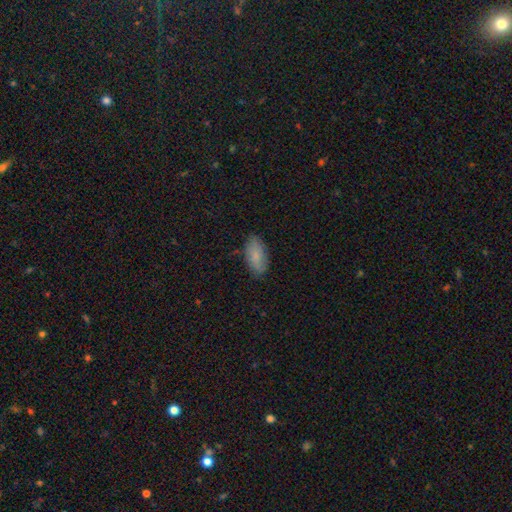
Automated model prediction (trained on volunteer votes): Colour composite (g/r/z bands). It shows a smooth galaxy with no disk features (83%) that is in between round and cigar-shaped (91%). Merging: none (82%).